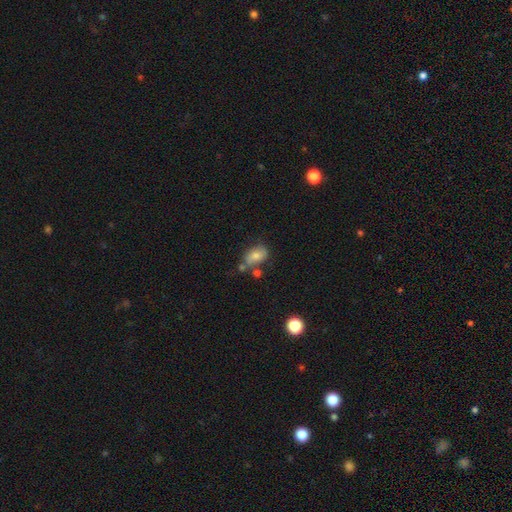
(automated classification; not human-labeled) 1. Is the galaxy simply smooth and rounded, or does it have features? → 71% smooth, 19% featured or disk, 10% star or artifact.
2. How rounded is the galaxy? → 83% in between, 16% round, 2% cigar-shaped.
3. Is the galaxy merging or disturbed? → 52% none, 22% minor disturbance, 19% merger, 7% major disturbance.